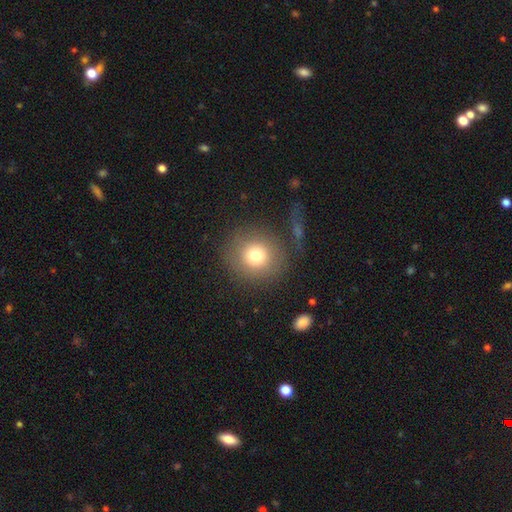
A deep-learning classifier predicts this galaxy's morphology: smooth-or-featured: smooth: 75% | featured or disk: 13% | star or artifact: 12%
  how-rounded: round: 91% | in between: 8% | cigar-shaped: 1%
  merging: none: 77% | minor disturbance: 11% | major disturbance: 7% | merger: 4%